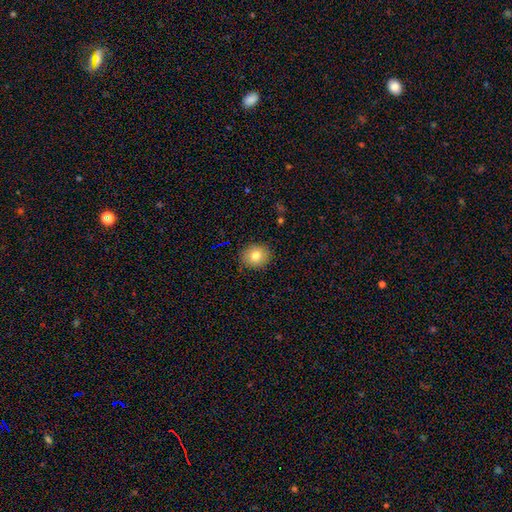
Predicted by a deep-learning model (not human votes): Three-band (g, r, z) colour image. It shows a smooth galaxy with no disk features (79%) that is round (71%). Merging: none (89%).